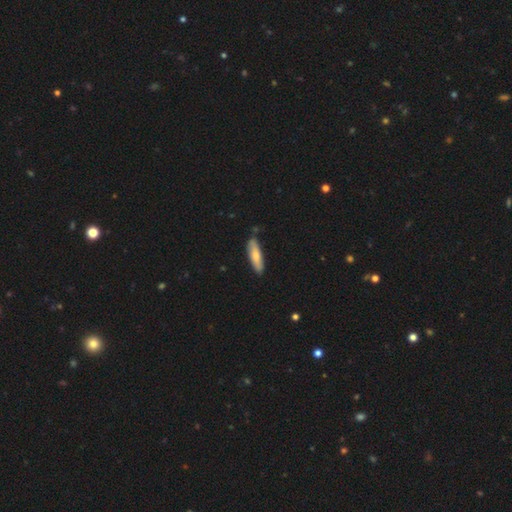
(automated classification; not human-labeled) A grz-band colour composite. It shows a smooth galaxy with no disk features (71%) that is cigar-shaped (66%). Merging: none (83%).